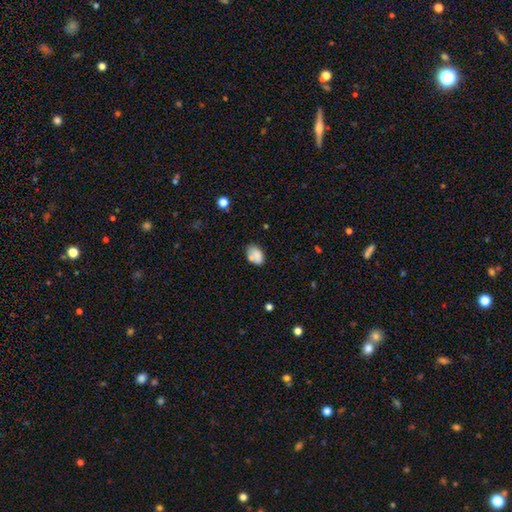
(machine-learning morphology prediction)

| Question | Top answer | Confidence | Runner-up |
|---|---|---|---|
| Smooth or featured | smooth | 78% | featured or disk (13%) |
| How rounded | in between | 82% | round (17%) |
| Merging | none | 57% | minor disturbance (20%) |